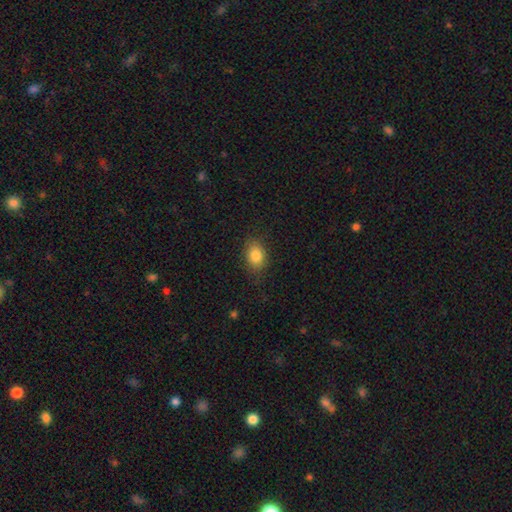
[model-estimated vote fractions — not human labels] Smooth or featured? Predicted: smooth (p=0.83). How rounded? Predicted: in between (p=0.68). Merging? Predicted: none (p=0.80).